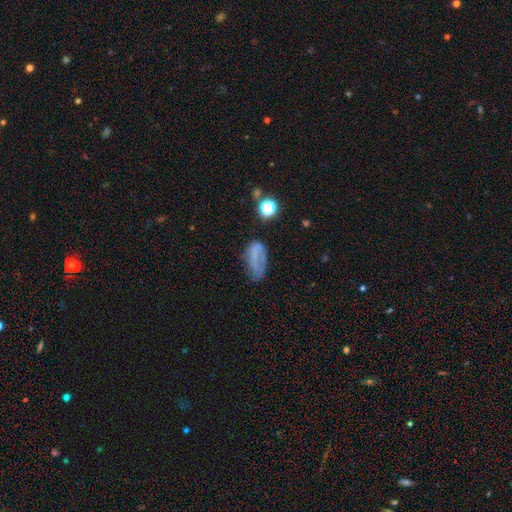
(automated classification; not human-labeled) Smooth or featured?
  - smooth: 52% *
  - featured or disk: 32%
  - star or artifact: 17%
How rounded?
  - in between: 84% *
  - cigar-shaped: 8%
  - round: 7%
Merging?
  - none: 47% *
  - minor disturbance: 28%
  - major disturbance: 21%
  - merger: 4%